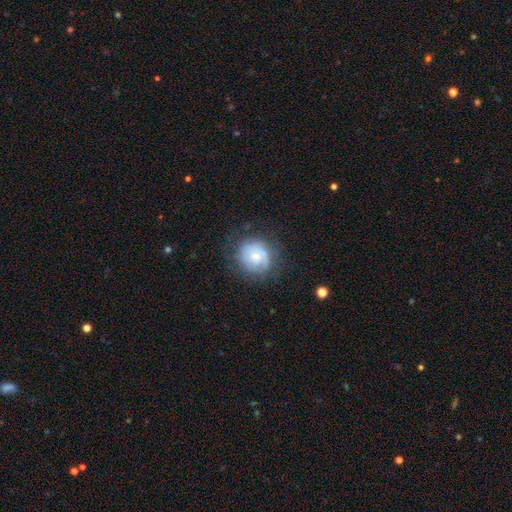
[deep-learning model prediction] Overall: featured or disk (47%; smooth 44%). Merging: none (65%).